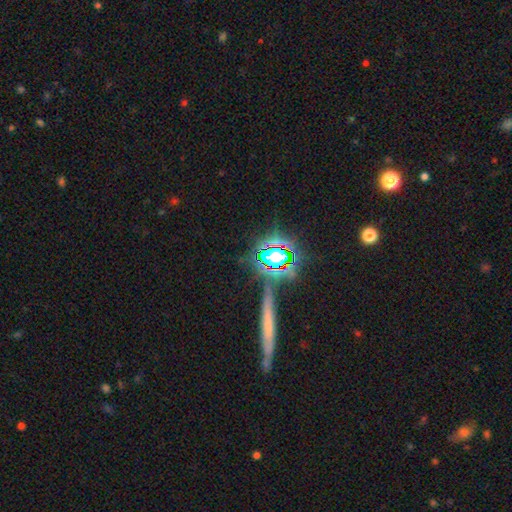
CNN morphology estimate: Smooth or featured? Predicted: star or artifact (p=0.60).